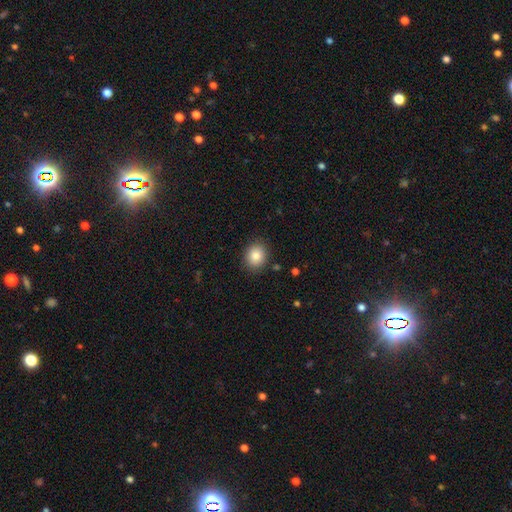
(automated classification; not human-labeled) Morphology: type=smooth (84%); roundness=round (67%); merging=none (88%).